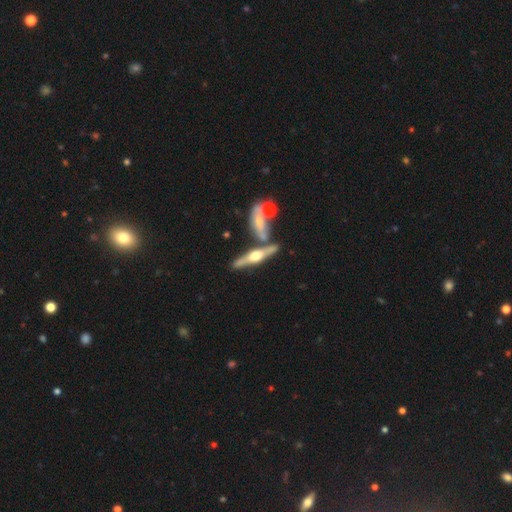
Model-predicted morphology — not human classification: This is likely a featured or disk galaxy (75%). It is clearly viewed edge-on (95%). Edge-on bulge: clearly rounded (94%). Merging: likely none (65%).